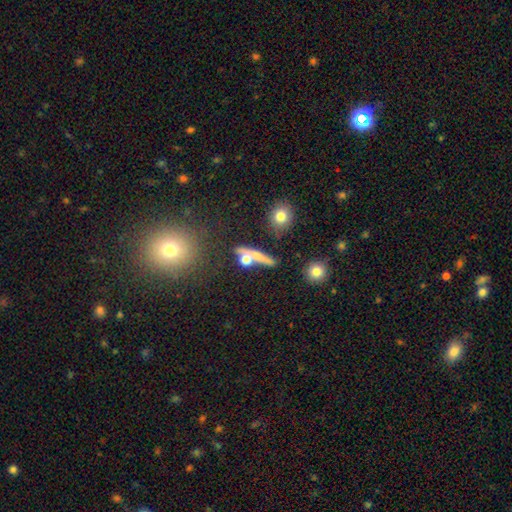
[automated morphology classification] Smooth or featured: smooth — 54% (featured or disk — 32%)
How rounded: cigar-shaped — 48% (in between — 27%)
Merging: none — 48% (merger — 28%)